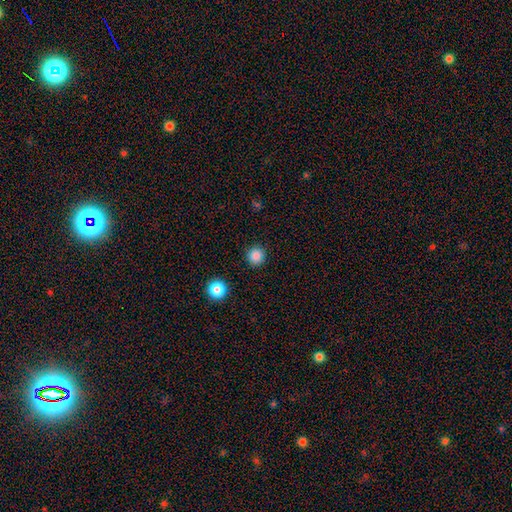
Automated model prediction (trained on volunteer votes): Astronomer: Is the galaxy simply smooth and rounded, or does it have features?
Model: smooth — 86%.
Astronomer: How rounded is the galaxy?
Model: round — 94%.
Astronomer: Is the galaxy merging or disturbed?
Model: none — 91%.